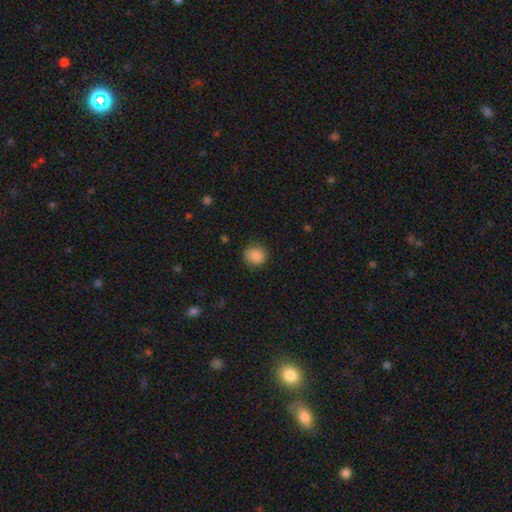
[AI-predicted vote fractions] Smooth or featured: smooth — 86% (star or artifact — 9%)
How rounded: round — 89% (in between — 10%)
Merging: none — 82% (minor disturbance — 13%)